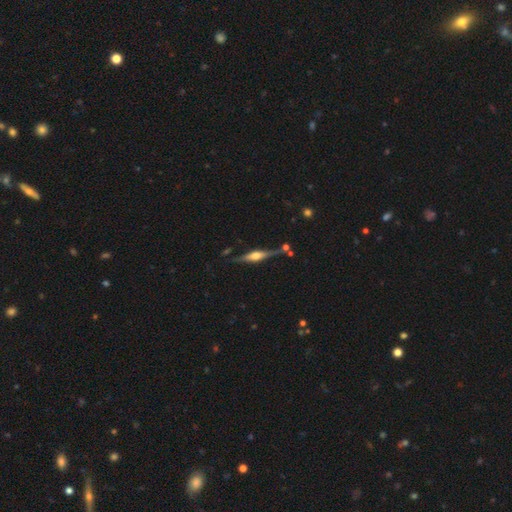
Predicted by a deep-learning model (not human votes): Q: Smooth or featured?
A: featured or disk (76%); runner-up: smooth (18%)
Q: Edge-on disk?
A: yes (96%); runner-up: no (4%)
Q: Edge-on bulge?
A: rounded (83%); runner-up: boxy (14%)
Q: Merging?
A: none (76%); runner-up: minor disturbance (14%)